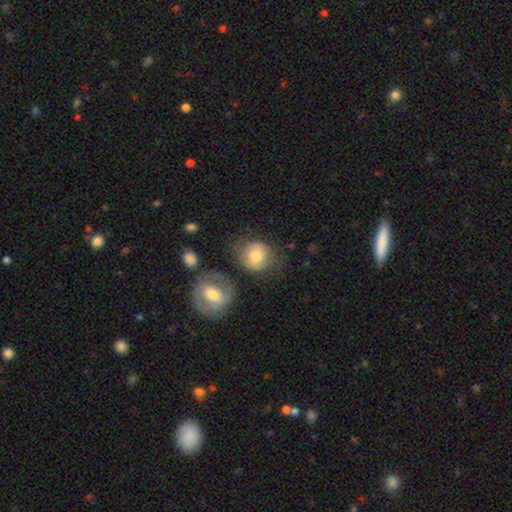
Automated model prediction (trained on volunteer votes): Morphology: type=smooth (67%); roundness=round (75%); merging=none (57%).